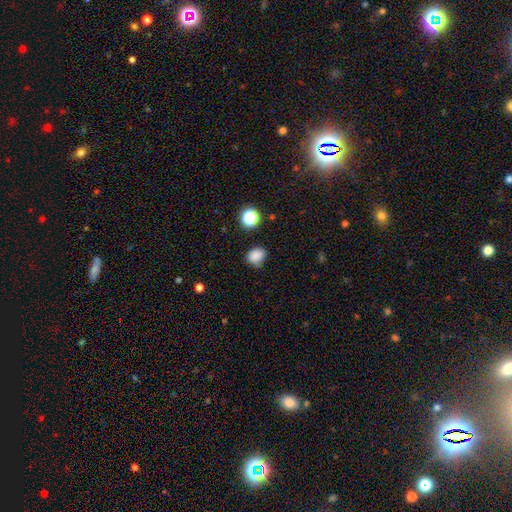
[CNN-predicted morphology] A smooth galaxy with no disk features (83%) that is round (56%). Merging: none (70%).